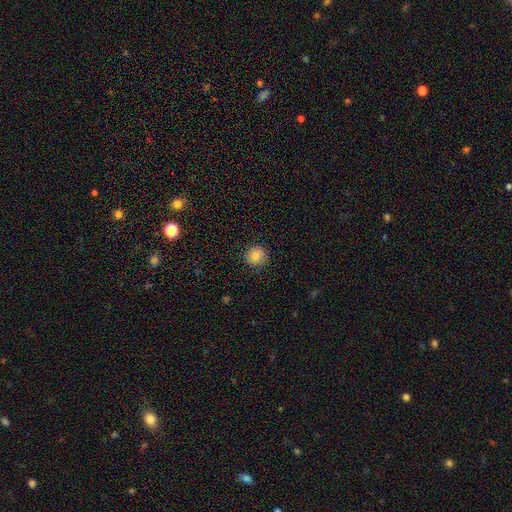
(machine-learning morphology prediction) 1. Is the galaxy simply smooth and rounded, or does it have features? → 83% smooth, 10% star or artifact, 7% featured or disk.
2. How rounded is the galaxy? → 90% round, 9% in between, 1% cigar-shaped.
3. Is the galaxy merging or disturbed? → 88% none, 9% minor disturbance, 2% major disturbance, 1% merger.